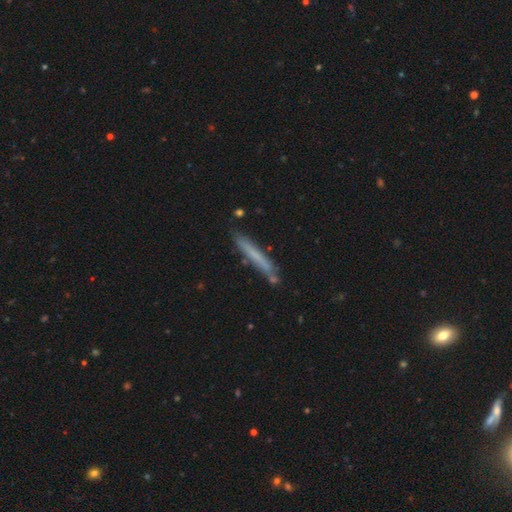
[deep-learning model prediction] Morphology: type=smooth (60%); roundness=cigar-shaped (96%); merging=none (78%).